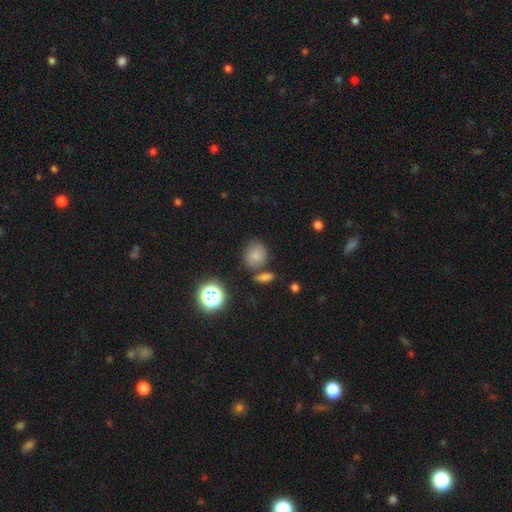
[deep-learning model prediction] This is likely a smooth galaxy (77%). How rounded: likely round (72%). Merging: likely none (70%).